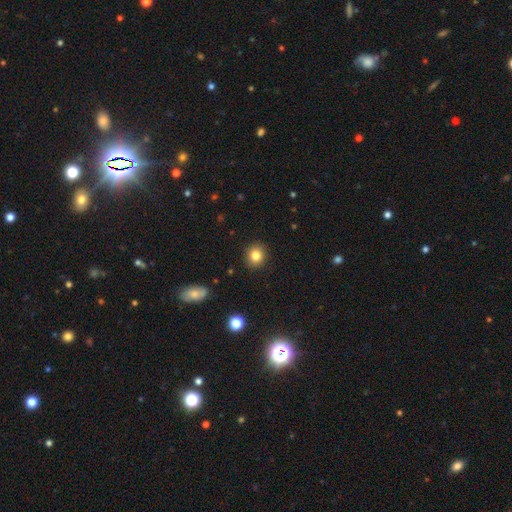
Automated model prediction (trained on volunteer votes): Smooth or featured? Predicted: smooth (p=0.83). How rounded? Predicted: round (p=0.79). Merging? Predicted: none (p=0.90).